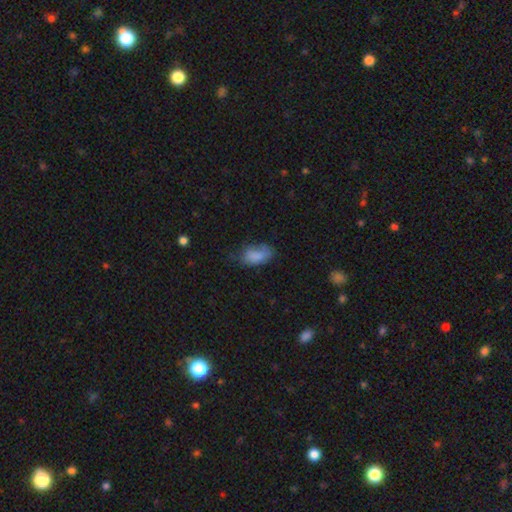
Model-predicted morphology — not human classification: This is clearly a smooth galaxy (81%). How rounded: clearly in between (92%). Merging: possibly none (51%).